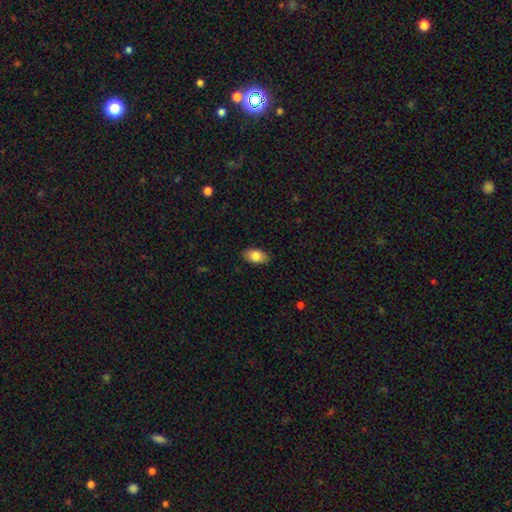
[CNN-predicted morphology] Smooth or featured?
  - smooth: 83% *
  - featured or disk: 10%
  - star or artifact: 7%
How rounded?
  - in between: 91% *
  - round: 7%
  - cigar-shaped: 2%
Merging?
  - none: 87% *
  - minor disturbance: 10%
  - major disturbance: 2%
  - merger: 1%